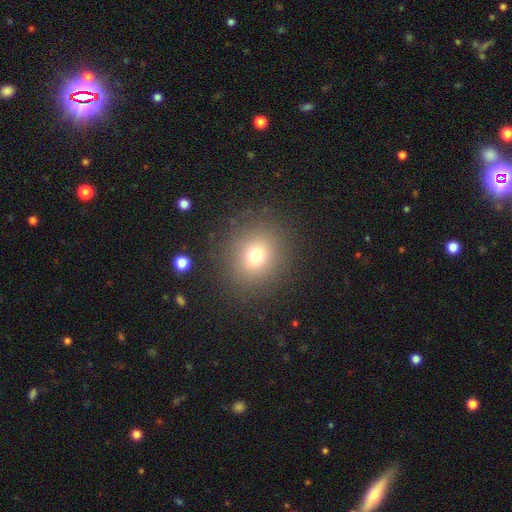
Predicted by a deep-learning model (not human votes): Q: Smooth or featured?
A: smooth (72%); runner-up: star or artifact (16%)
Q: How rounded?
A: round (87%); runner-up: in between (12%)
Q: Merging?
A: none (87%); runner-up: minor disturbance (7%)